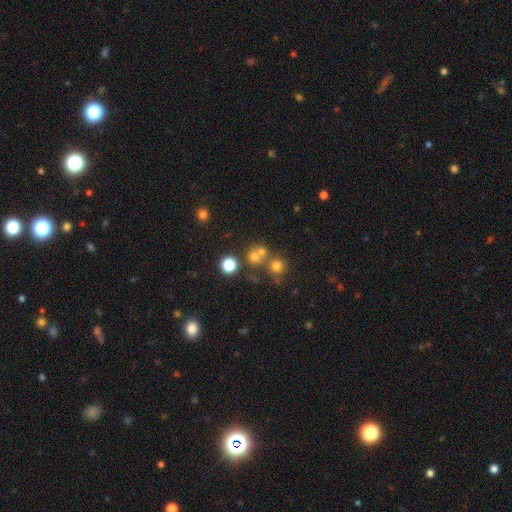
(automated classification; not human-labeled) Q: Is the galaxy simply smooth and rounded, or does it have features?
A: smooth — 64%.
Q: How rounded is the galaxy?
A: round — 86%.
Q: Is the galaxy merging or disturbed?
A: none — 53%.